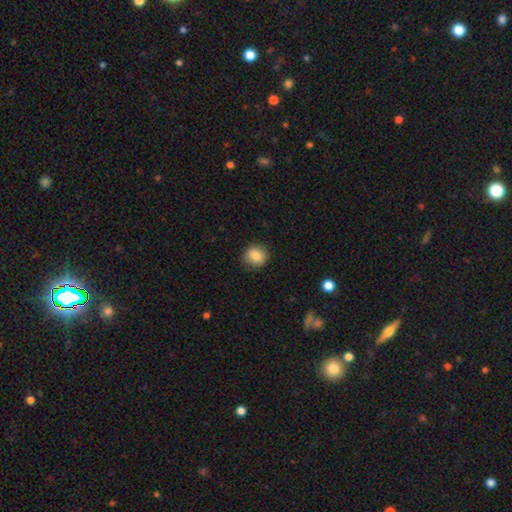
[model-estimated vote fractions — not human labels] The model was most divided on "how rounded": round: 85%, in between: 14%, cigar-shaped: 1%. More confident: merging — none (89%); smooth or featured — smooth (85%).